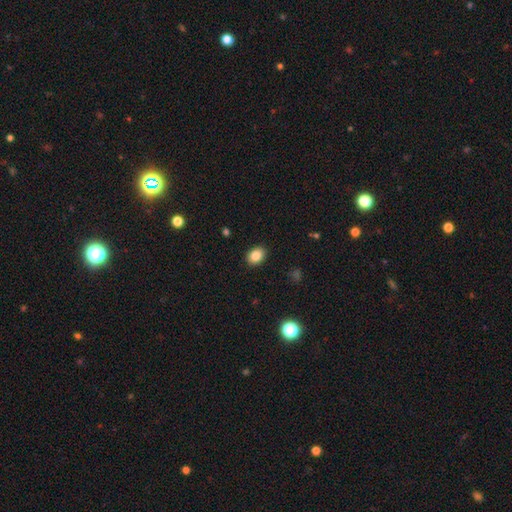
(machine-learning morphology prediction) The model was most divided on "how rounded": in between: 71%, round: 28%, cigar-shaped: 1%. More confident: merging — none (90%); smooth or featured — smooth (86%).